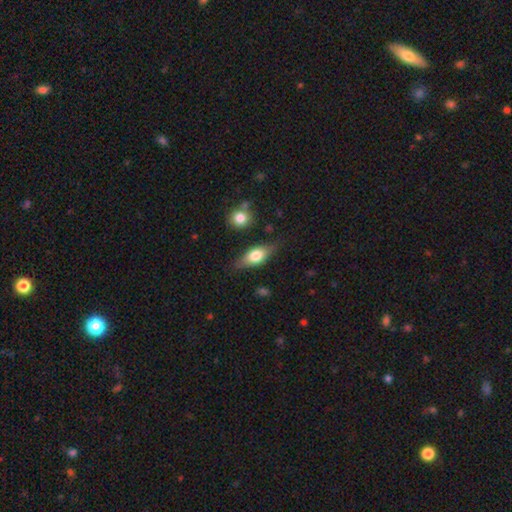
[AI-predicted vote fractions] Morphology: type=smooth (61%); roundness=in between (76%); merging=none (75%).